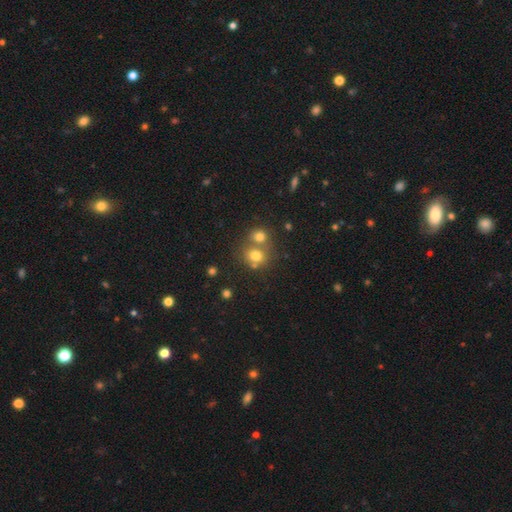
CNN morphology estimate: A smooth galaxy with no disk features (74%) that is round (74%). Merging: merger (45%).